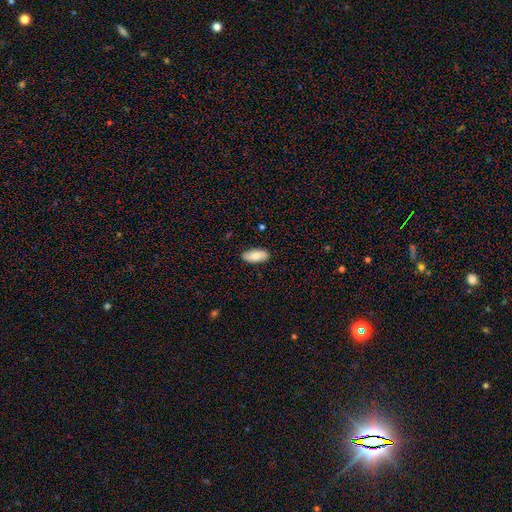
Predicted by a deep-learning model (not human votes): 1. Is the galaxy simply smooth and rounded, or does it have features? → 80% smooth, 14% featured or disk, 6% star or artifact.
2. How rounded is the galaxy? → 89% in between, 9% cigar-shaped, 2% round.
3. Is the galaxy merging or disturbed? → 87% none, 10% minor disturbance, 2% major disturbance, 1% merger.